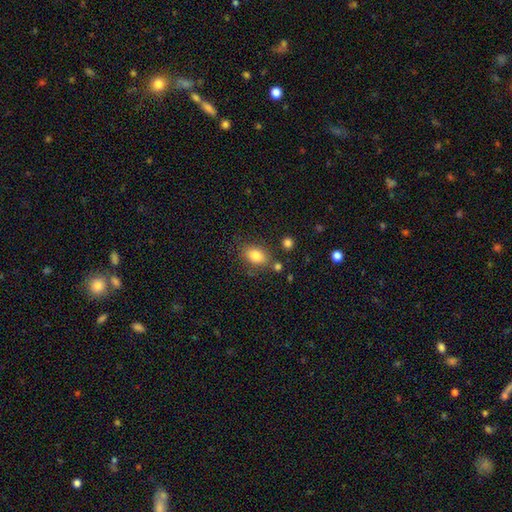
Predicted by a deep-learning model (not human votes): A smooth galaxy with no disk features (82%) that is in between round and cigar-shaped (77%). Merging: none (74%).